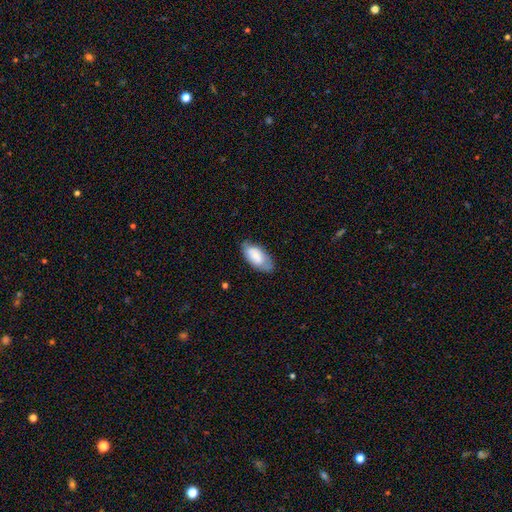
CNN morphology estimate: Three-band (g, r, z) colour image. It shows a smooth galaxy with no disk features (72%) that is in between round and cigar-shaped (93%). Merging: none (69%).